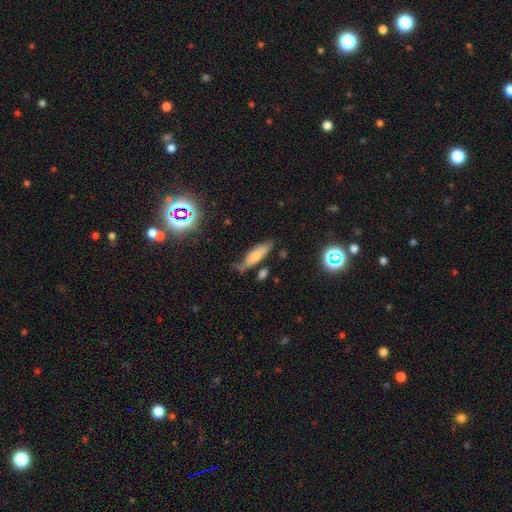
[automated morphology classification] A smooth galaxy with no disk features (66%) that is in between round and cigar-shaped (50%).

Vote fractions:
- Smooth or featured? smooth: 66% / featured or disk: 24% / star or artifact: 9%
- How rounded? in between: 50% / cigar-shaped: 48% / round: 2%
- Merging? none: 53% / minor disturbance: 31% / major disturbance: 10% / merger: 7%